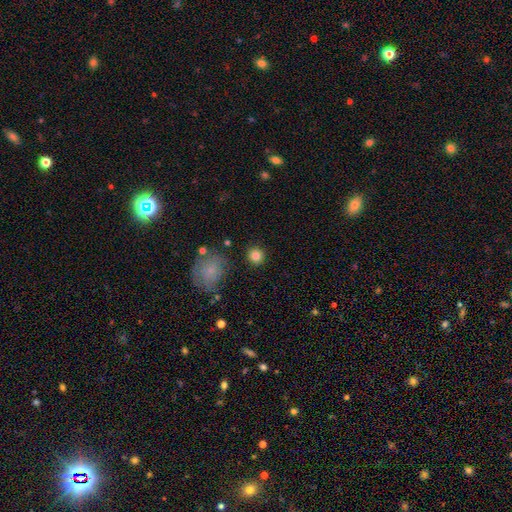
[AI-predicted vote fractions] smooth 83%, star or artifact 11%, featured or disk 6%. Down the decision tree: how rounded — round (91%); merging — none (89%).